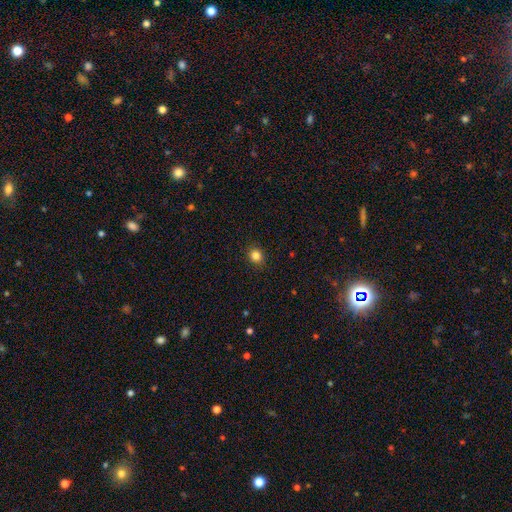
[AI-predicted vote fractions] Morphology: type=smooth (84%); roundness=round (78%); merging=none (91%).